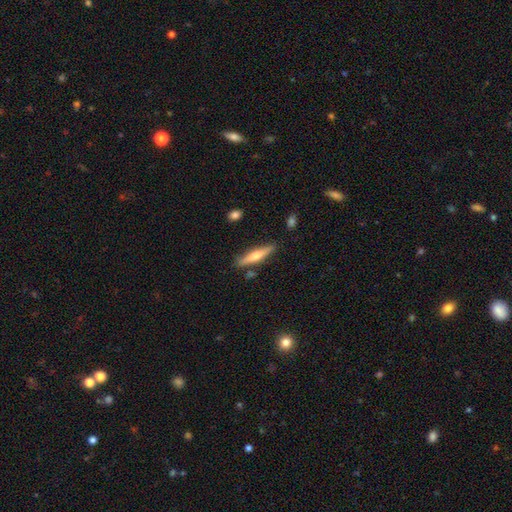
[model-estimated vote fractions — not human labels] smooth 55%, featured or disk 39%, star or artifact 6%. Down the decision tree: how rounded — cigar-shaped (84%); merging — none (82%).